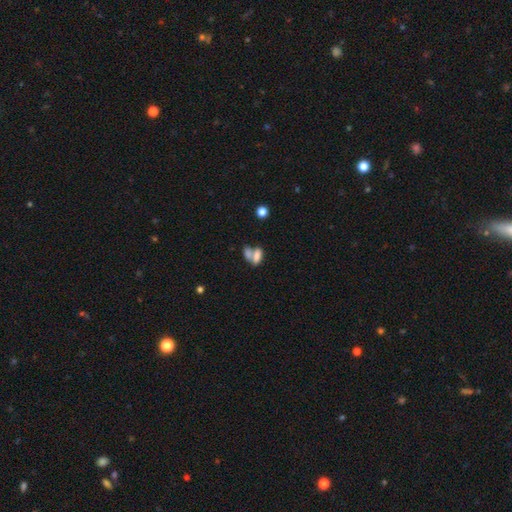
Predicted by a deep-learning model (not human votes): Morphology: type=smooth (71%); roundness=in between (80%); merging=merger (60%).